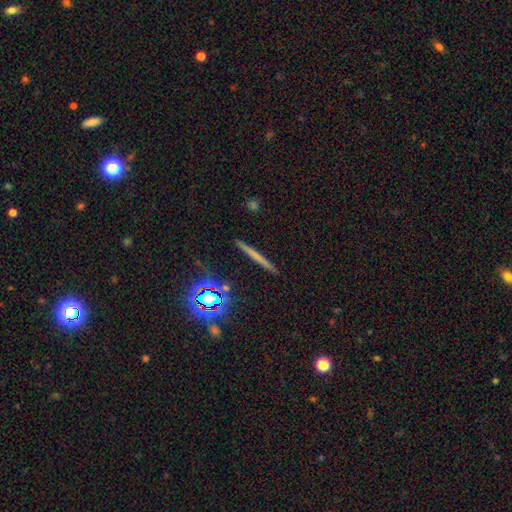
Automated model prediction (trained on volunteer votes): smooth 43%, featured or disk 40%, star or artifact 16%. Down the decision tree: merging — none (90%).